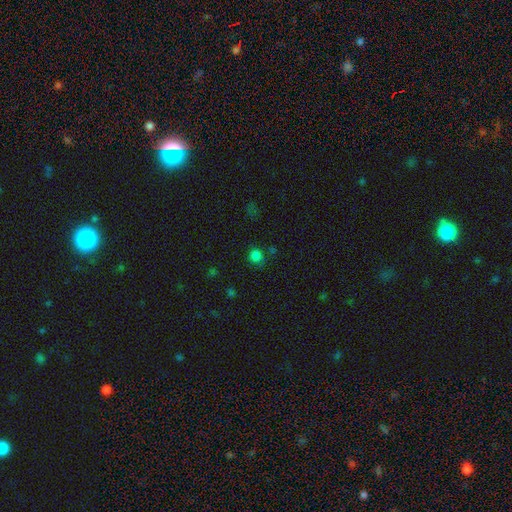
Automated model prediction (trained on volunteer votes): smooth 78%, star or artifact 18%, featured or disk 4%. Down the decision tree: how rounded — round (90%); merging — none (80%).